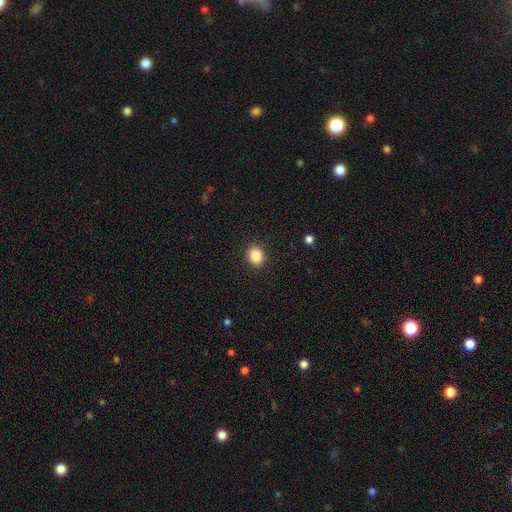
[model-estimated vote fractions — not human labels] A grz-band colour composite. It shows a smooth galaxy with no disk features (86%) that is round (61%). Merging: none (91%).